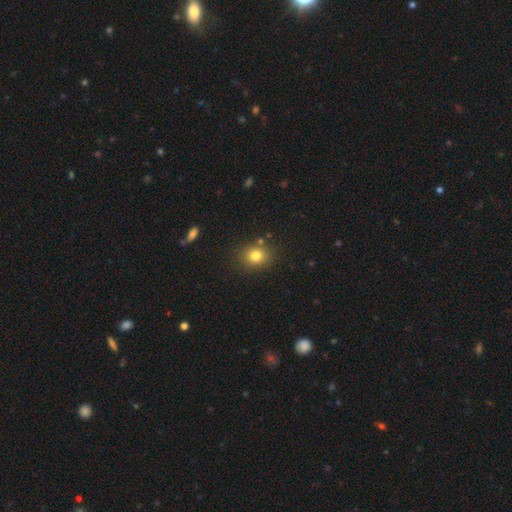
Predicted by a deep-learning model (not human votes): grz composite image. It shows a smooth galaxy with no disk features (79%) that is round (68%). Merging: none (83%).